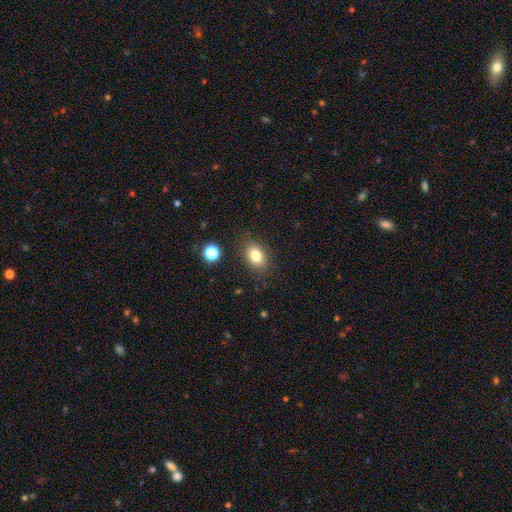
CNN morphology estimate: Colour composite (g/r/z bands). It shows a smooth galaxy with no disk features (80%) that is in between round and cigar-shaped (79%). Merging: none (84%).